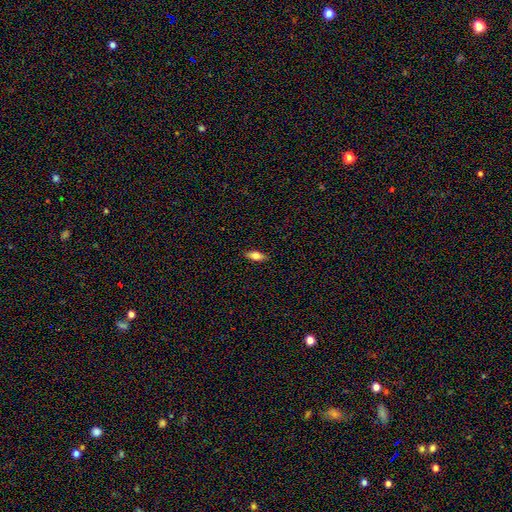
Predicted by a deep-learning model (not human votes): This appears to be a smooth galaxy with no disk features (68%) that is in between round and cigar-shaped (72%). Merging: none (89%).